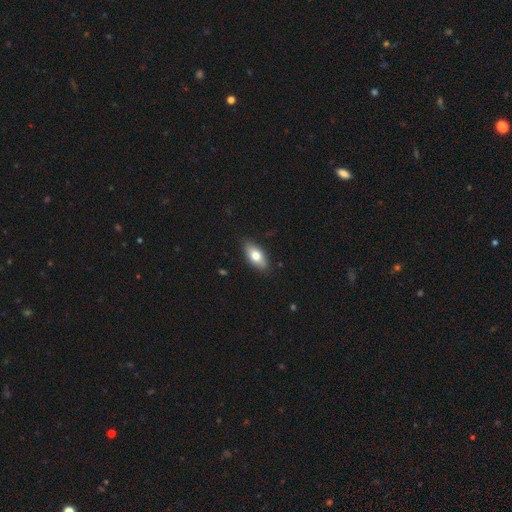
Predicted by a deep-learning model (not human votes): This appears to be a smooth galaxy with no disk features (74%) that is in between round and cigar-shaped (89%). Merging: none (86%).